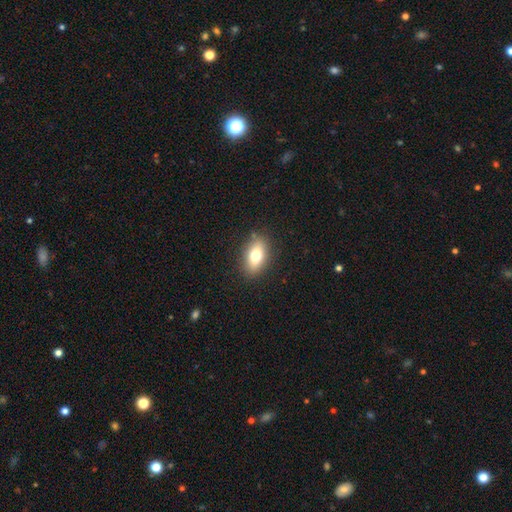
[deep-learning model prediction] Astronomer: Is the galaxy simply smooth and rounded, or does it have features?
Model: smooth — 73%.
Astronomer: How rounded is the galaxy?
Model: in between — 84%.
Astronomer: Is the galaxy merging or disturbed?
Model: none — 87%.